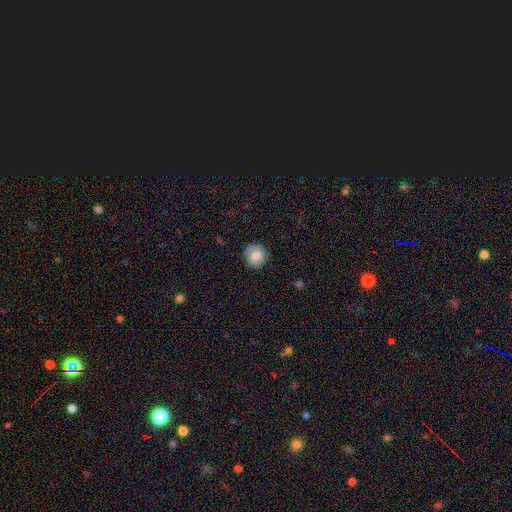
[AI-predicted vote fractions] smooth_or_featured: smooth (p=0.72) [alt: featured or disk p=0.20]
how_rounded: round (p=0.88) [alt: in between p=0.11]
merging: none (p=0.82) [alt: minor disturbance p=0.13]